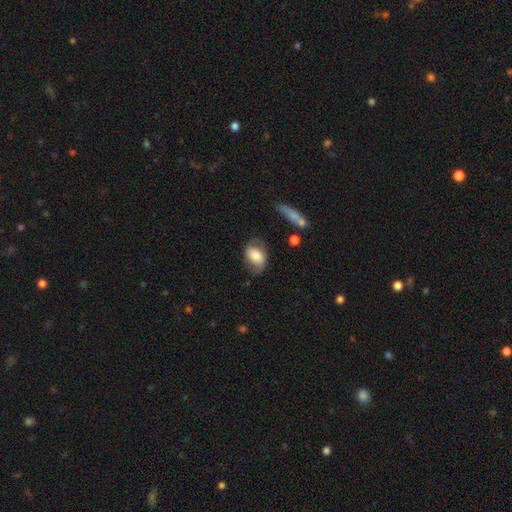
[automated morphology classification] smooth_or_featured: smooth (p=0.57) [alt: featured or disk p=0.35]
how_rounded: in between (p=0.78) [alt: round p=0.20]
merging: none (p=0.56) [alt: minor disturbance p=0.28]